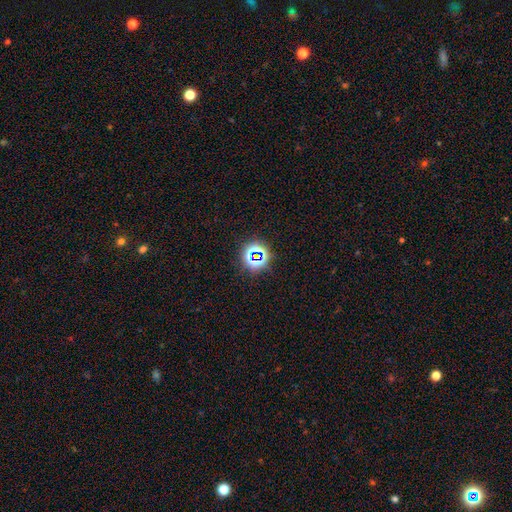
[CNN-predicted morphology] smooth_or_featured: star or artifact (p=0.69) [alt: smooth p=0.21]